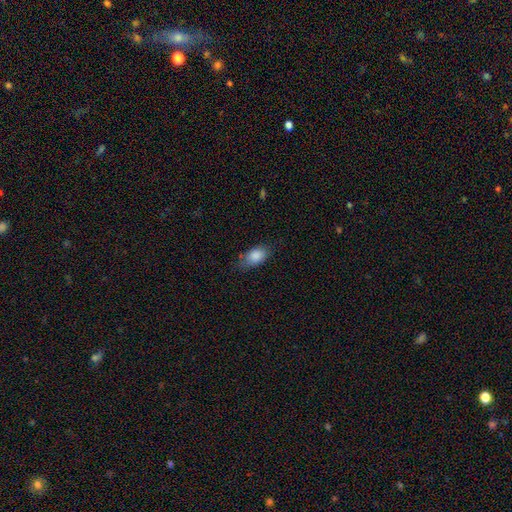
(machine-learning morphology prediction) Overall: smooth (86%). How rounded: in between (89%). Merging: none (64%; minor disturbance 27%).